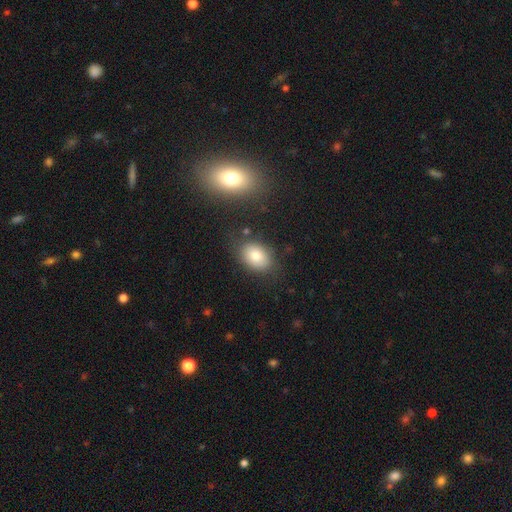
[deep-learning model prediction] smooth-or-featured: smooth: 80% | featured or disk: 11% | star or artifact: 9%
  how-rounded: in between: 77% | round: 22% | cigar-shaped: 1%
  merging: none: 78% | minor disturbance: 14% | merger: 4% | major disturbance: 4%